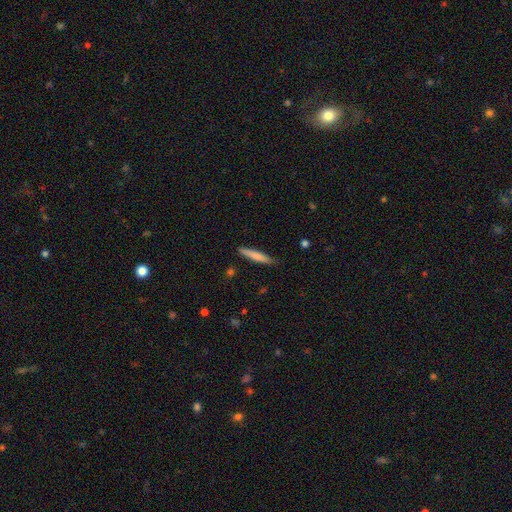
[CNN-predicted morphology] Smooth or featured: smooth — 75% (featured or disk — 19%)
How rounded: cigar-shaped — 92% (in between — 6%)
Merging: none — 84% (minor disturbance — 13%)